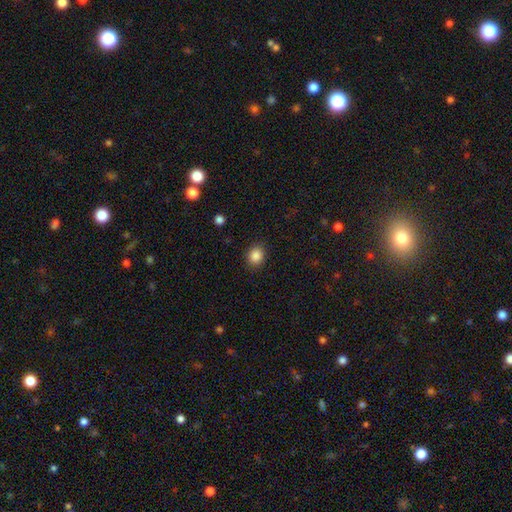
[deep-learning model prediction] The model was most divided on "how rounded": round: 71%, in between: 28%, cigar-shaped: 1%. More confident: merging — none (89%); smooth or featured — smooth (87%).